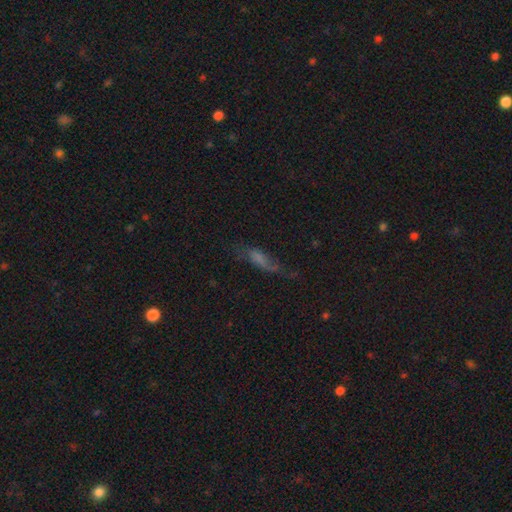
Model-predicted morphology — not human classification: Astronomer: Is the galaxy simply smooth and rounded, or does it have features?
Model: smooth — 43% (runner-up: featured or disk, 39%).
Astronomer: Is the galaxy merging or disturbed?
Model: none — 47% (runner-up: minor disturbance, 25%).